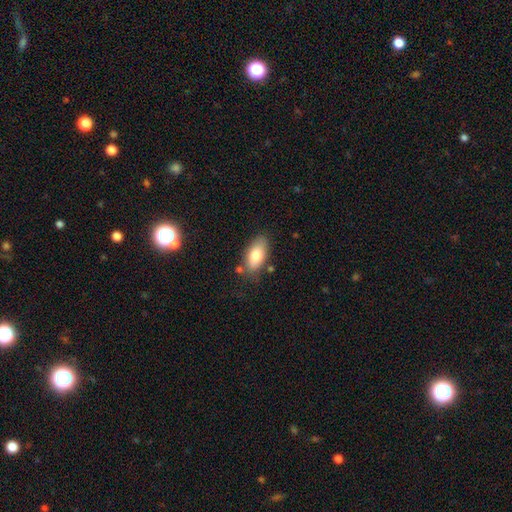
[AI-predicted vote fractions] Smooth or featured: smooth — 81% (featured or disk — 12%)
How rounded: in between — 90% (cigar-shaped — 7%)
Merging: none — 76% (minor disturbance — 16%)